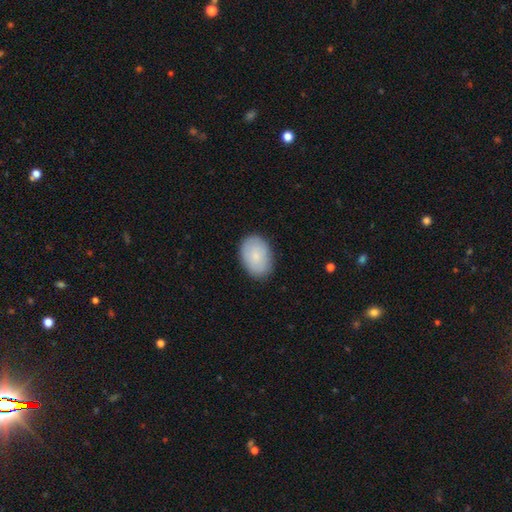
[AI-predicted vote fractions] Smooth or featured: smooth — 84% (featured or disk — 10%)
How rounded: in between — 81% (round — 18%)
Merging: none — 86% (minor disturbance — 11%)